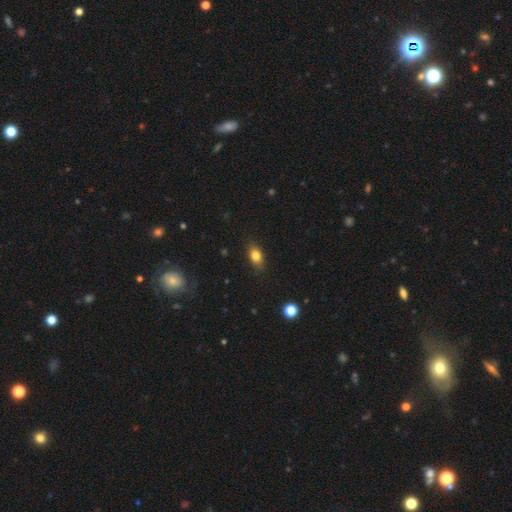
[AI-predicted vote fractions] Overall: smooth (81%). How rounded: in between (79%). Merging: none (82%).